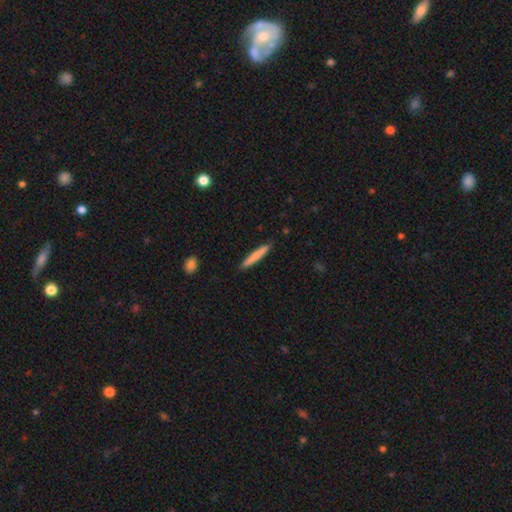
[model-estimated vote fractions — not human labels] Smooth or featured? smooth (76%)
How rounded? cigar-shaped (95%)
Merging? none (89%)